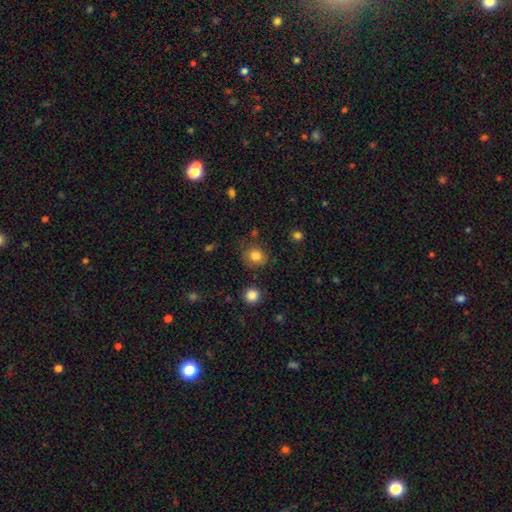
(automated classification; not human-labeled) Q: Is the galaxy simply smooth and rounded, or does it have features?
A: smooth — 80%.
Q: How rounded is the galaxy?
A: round — 77%.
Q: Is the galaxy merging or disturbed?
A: none — 78%.